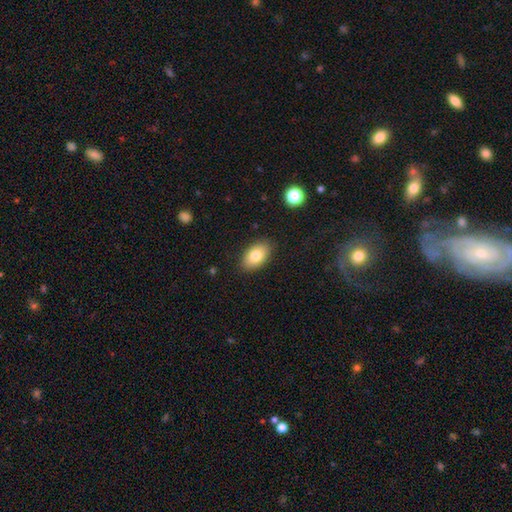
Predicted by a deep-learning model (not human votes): A smooth galaxy with no disk features (80%) that is in between round and cigar-shaped (92%).

Vote fractions:
- Smooth or featured? smooth: 80% / featured or disk: 12% / star or artifact: 8%
- How rounded? in between: 92% / round: 7% / cigar-shaped: 2%
- Merging? none: 87% / minor disturbance: 10% / major disturbance: 2% / merger: 1%